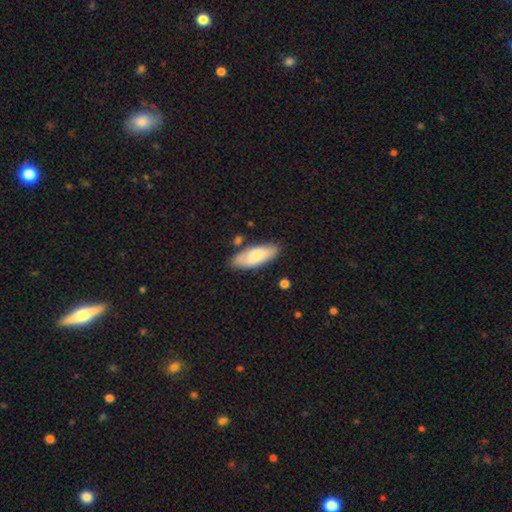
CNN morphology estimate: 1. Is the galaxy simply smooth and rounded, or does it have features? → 72% smooth, 22% featured or disk, 5% star or artifact.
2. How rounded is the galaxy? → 77% in between, 21% cigar-shaped, 2% round.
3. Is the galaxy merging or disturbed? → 77% none, 15% minor disturbance, 5% merger, 3% major disturbance.